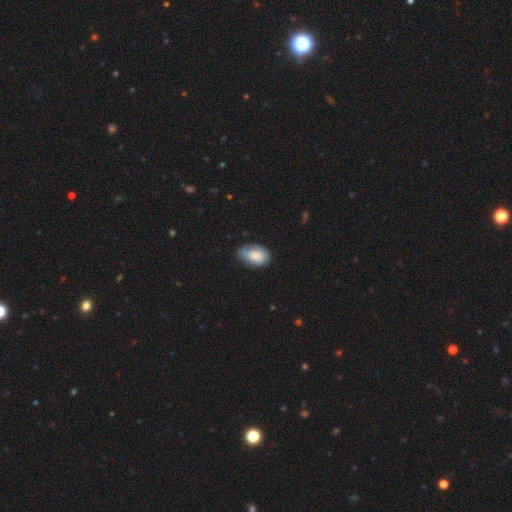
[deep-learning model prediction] This appears to be a smooth galaxy with no disk features (79%) that is in between round and cigar-shaped (91%). Merging: none (57%).